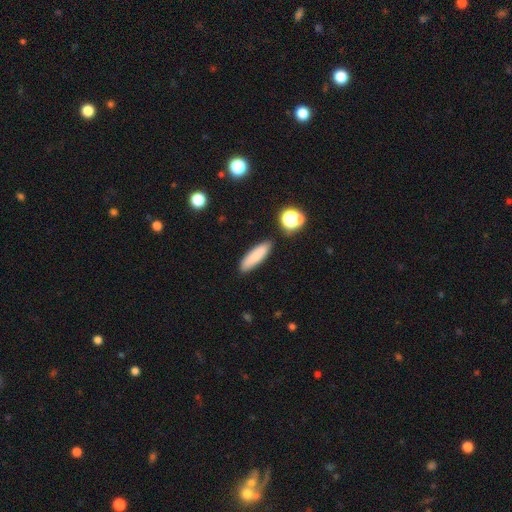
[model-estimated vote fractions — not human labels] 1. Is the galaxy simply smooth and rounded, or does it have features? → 83% smooth, 9% featured or disk, 8% star or artifact.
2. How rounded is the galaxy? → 60% cigar-shaped, 37% in between, 3% round.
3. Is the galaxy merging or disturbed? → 87% none, 8% minor disturbance, 2% merger, 2% major disturbance.